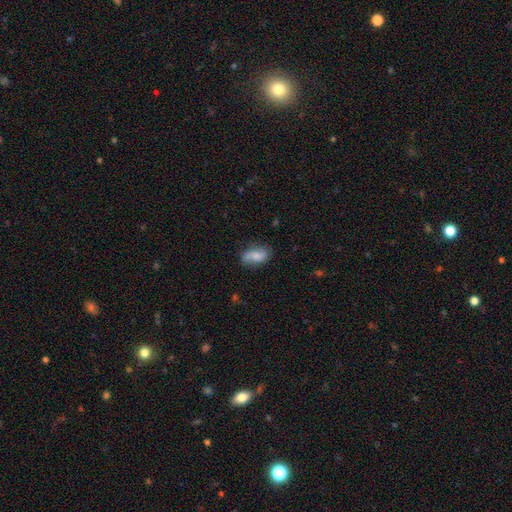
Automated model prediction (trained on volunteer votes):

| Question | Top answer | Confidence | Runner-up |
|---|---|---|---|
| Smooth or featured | smooth | 65% | featured or disk (27%) |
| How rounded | in between | 89% | cigar-shaped (6%) |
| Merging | none | 67% | minor disturbance (24%) |